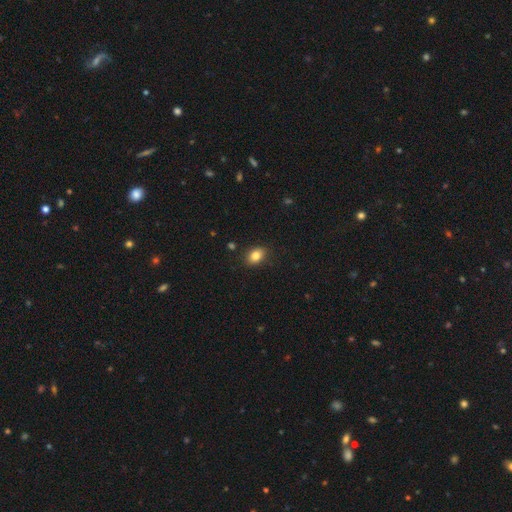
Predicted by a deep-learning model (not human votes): Smooth or featured? Predicted: smooth (p=0.83). How rounded? Predicted: in between (p=0.76). Merging? Predicted: none (p=0.87).